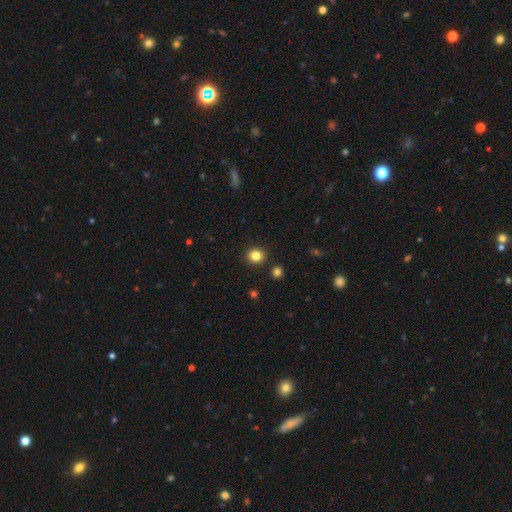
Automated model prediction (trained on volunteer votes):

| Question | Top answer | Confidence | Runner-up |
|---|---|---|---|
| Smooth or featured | smooth | 83% | star or artifact (12%) |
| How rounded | round | 80% | in between (19%) |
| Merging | none | 90% | minor disturbance (6%) |